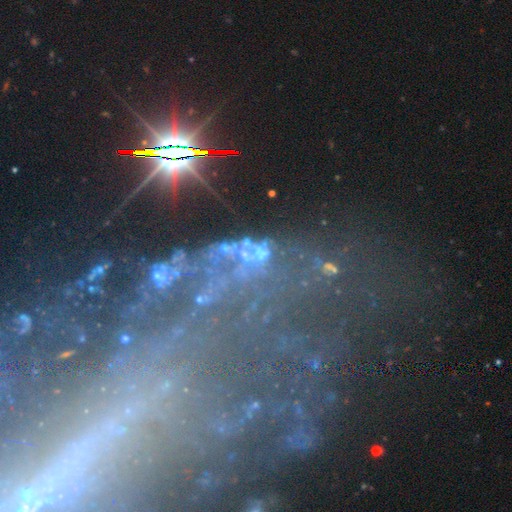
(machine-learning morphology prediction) Q: Smooth or featured?
A: star or artifact (48%); runner-up: featured or disk (35%)